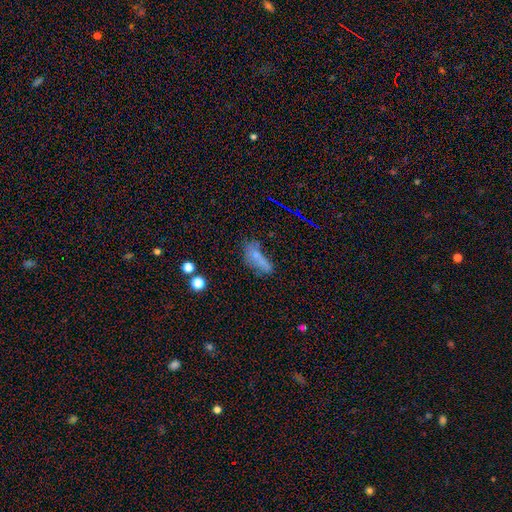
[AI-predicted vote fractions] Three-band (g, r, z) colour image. It shows a smooth galaxy with no disk features (59%) that is in between round and cigar-shaped (70%). Merging: none (44%).